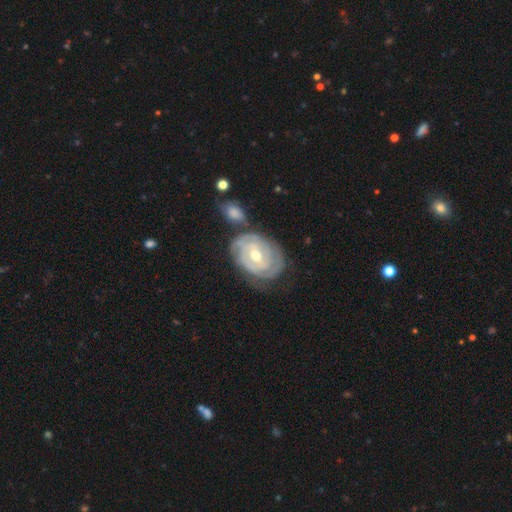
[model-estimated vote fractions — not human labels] A featured or disk galaxy (86%) with a weak bar (49%), tight (80%) spiral arms (94%) and a moderate central bulge (60%). Merging: none (61%).